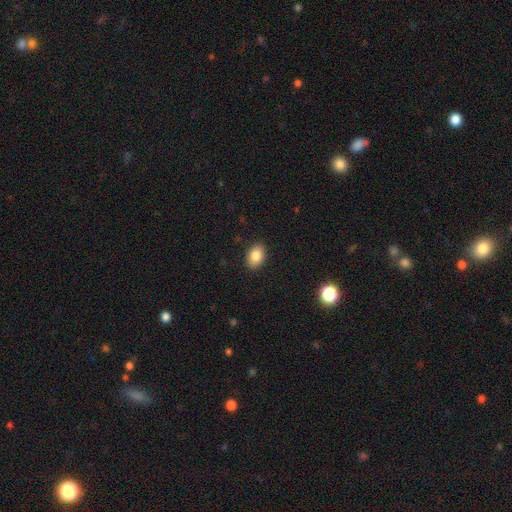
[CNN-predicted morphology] smooth_or_featured: smooth (p=0.85) [alt: star or artifact p=0.08]
how_rounded: in between (p=0.81) [alt: round p=0.18]
merging: none (p=0.89) [alt: minor disturbance p=0.08]